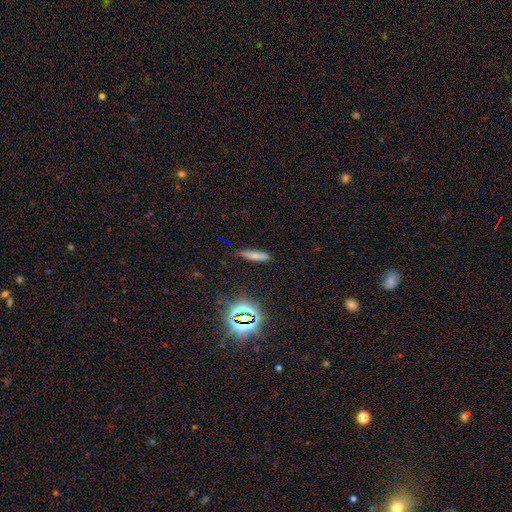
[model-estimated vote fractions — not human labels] A smooth galaxy with no disk features (64%) that is cigar-shaped (74%). Merging: none (71%).